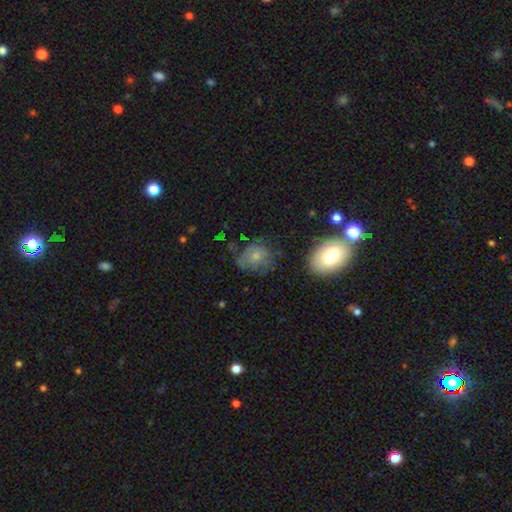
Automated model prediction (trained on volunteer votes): smooth_or_featured: smooth (p=0.53) [alt: featured or disk p=0.29]
how_rounded: round (p=0.62) [alt: in between p=0.37]
merging: none (p=0.65) [alt: minor disturbance p=0.21]